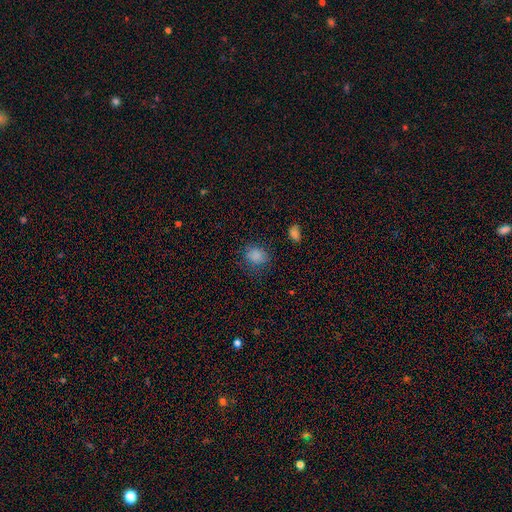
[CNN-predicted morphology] A smooth galaxy with no disk features (78%) that is round (56%).

Vote fractions:
- Smooth or featured? smooth: 78% / star or artifact: 16% / featured or disk: 5%
- How rounded? round: 56% / in between: 43% / cigar-shaped: 1%
- Merging? none: 75% / minor disturbance: 17% / major disturbance: 7% / merger: 2%